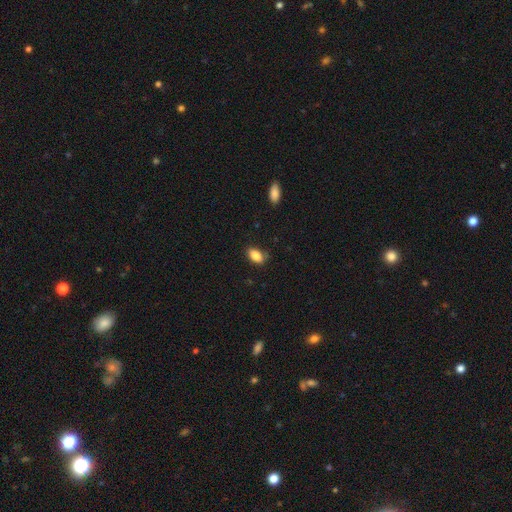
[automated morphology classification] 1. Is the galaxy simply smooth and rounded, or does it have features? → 86% smooth, 8% star or artifact, 6% featured or disk.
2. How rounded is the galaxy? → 89% in between, 9% round, 2% cigar-shaped.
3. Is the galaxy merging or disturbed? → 78% none, 17% minor disturbance, 3% major disturbance, 2% merger.